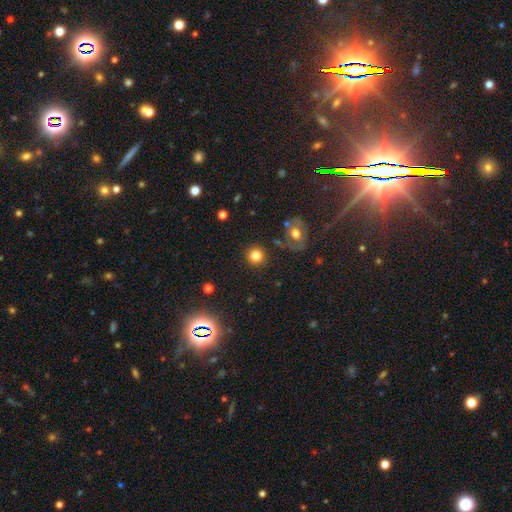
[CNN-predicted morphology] This is clearly a smooth galaxy (80%). How rounded: clearly round (93%). Merging: clearly none (88%).